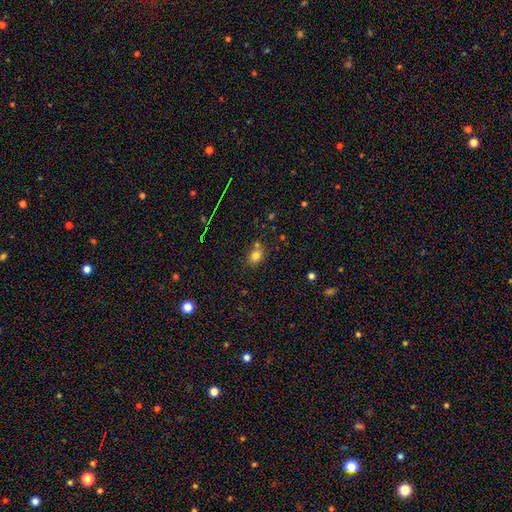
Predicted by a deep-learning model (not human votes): The model was most divided on "how rounded": round: 64%, in between: 35%, cigar-shaped: 1%. More confident: smooth or featured — smooth (77%); merging — none (62%).